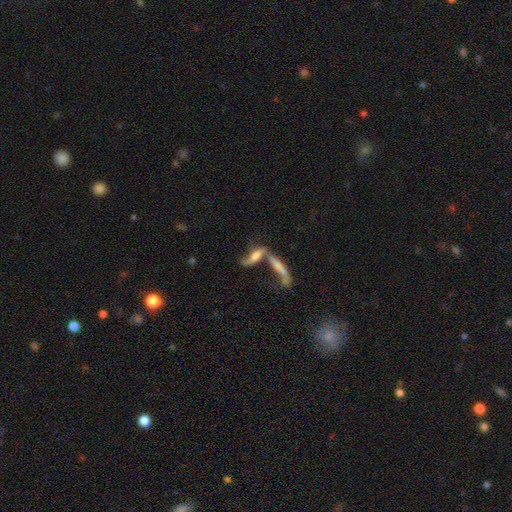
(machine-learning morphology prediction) Smooth or featured? featured or disk (53%)
Edge-on disk? no (68%)
Merging? merger (55%)